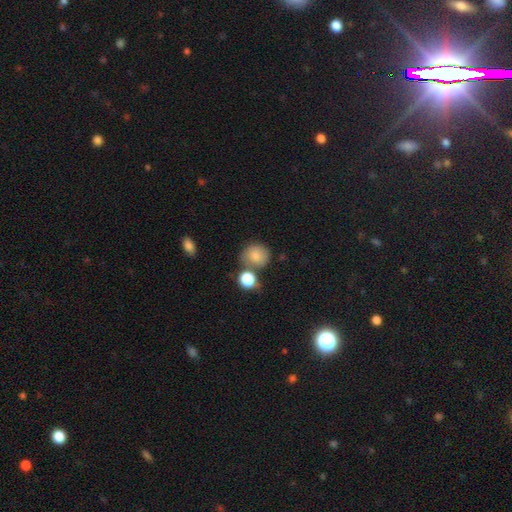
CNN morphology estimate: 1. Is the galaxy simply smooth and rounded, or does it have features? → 83% smooth, 9% star or artifact, 8% featured or disk.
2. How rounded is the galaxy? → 76% round, 23% in between, 1% cigar-shaped.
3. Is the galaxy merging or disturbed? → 59% none, 18% merger, 17% minor disturbance, 6% major disturbance.